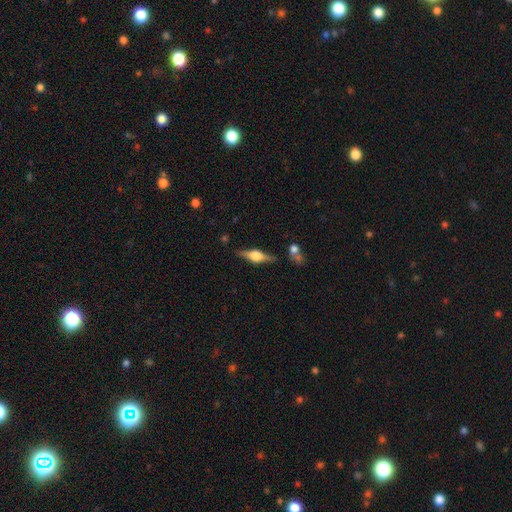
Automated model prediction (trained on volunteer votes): Overall: featured or disk (78%). Edge-on disk: yes (97%). Edge-on bulge: rounded (91%). Merging: none (83%).